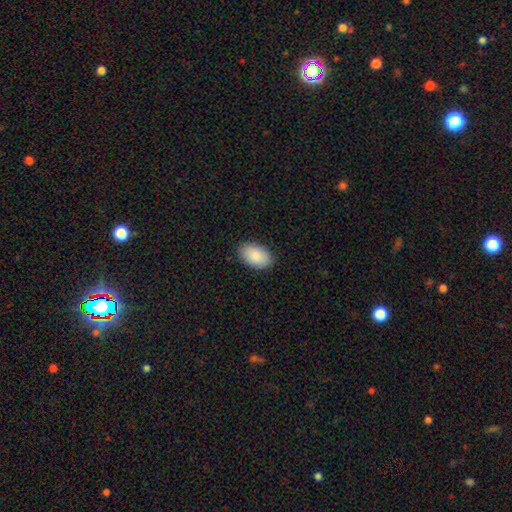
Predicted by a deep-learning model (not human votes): Morphology: type=smooth (89%); roundness=in between (94%); merging=none (88%).